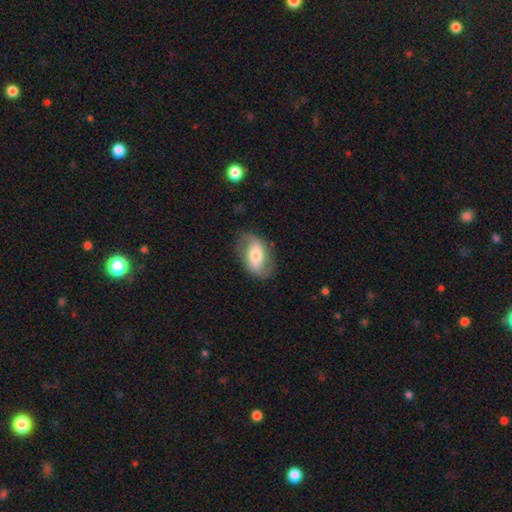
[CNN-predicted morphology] The model was most divided on "smooth or featured": featured or disk: 51%, smooth: 43%, star or artifact: 6%. More confident: edge-on disk — no (94%); merging — none (74%).